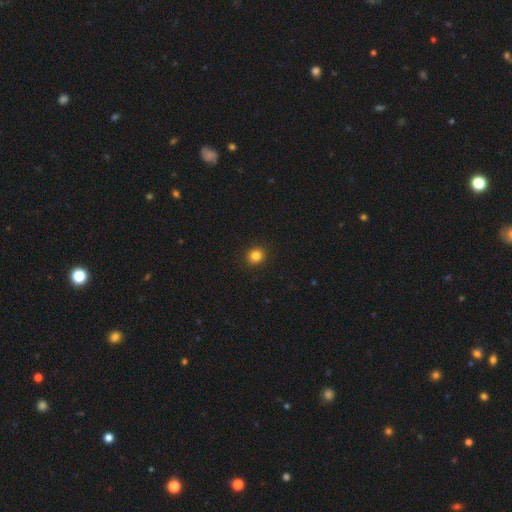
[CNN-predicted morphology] Smooth or featured? Predicted: smooth (p=0.83). How rounded? Predicted: round (p=0.87). Merging? Predicted: none (p=0.92).